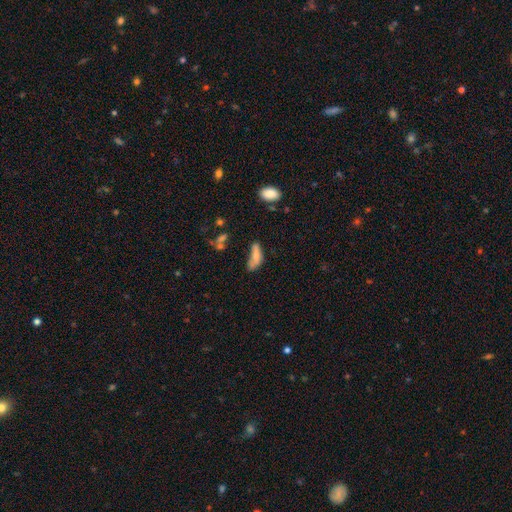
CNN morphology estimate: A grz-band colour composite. It shows a smooth galaxy with no disk features (69%) that is in between round and cigar-shaped (66%). Merging: none (30%, tied with minor disturbance).